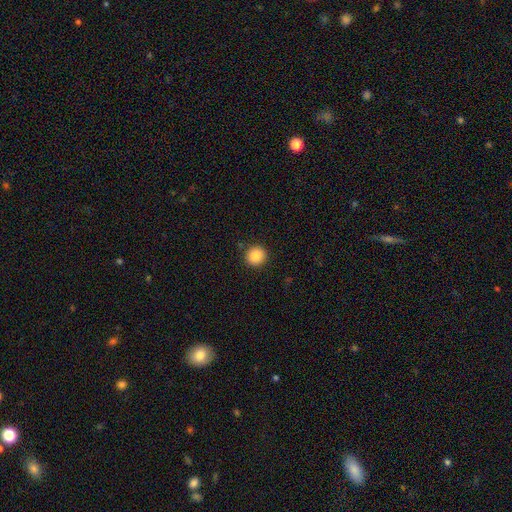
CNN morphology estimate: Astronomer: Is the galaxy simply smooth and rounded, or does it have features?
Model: smooth — 88%.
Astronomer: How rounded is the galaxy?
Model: round — 94%.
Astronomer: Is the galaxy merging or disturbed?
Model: none — 90%.